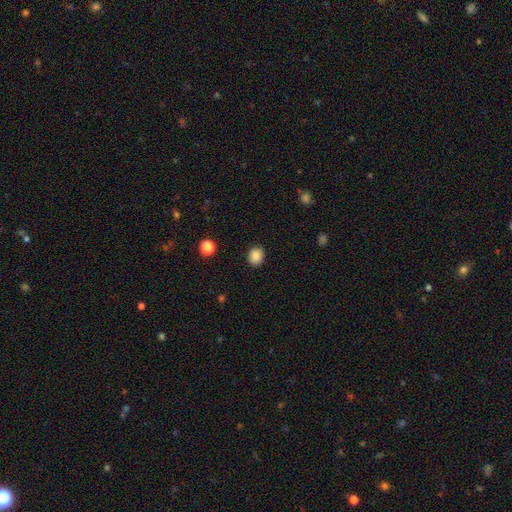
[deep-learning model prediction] Smooth or featured? Predicted: smooth (p=0.87). How rounded? Predicted: round (p=0.62). Merging? Predicted: none (p=0.89).